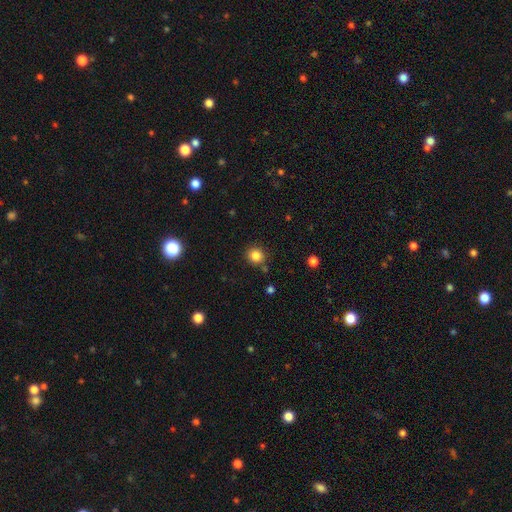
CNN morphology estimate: Smooth or featured?
  - smooth: 83% *
  - star or artifact: 12%
  - featured or disk: 5%
How rounded?
  - round: 90% *
  - in between: 9%
  - cigar-shaped: 1%
Merging?
  - none: 85% *
  - minor disturbance: 8%
  - merger: 4%
  - major disturbance: 2%